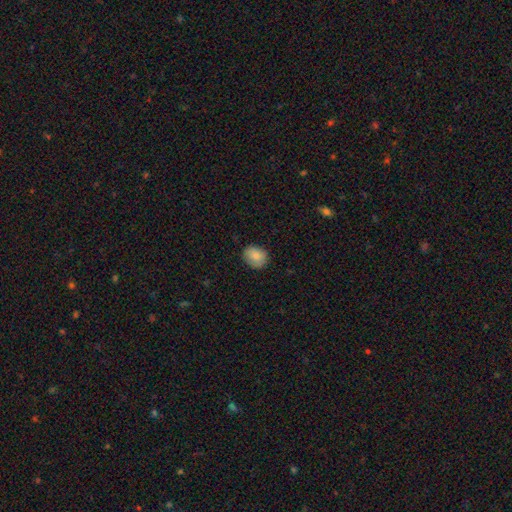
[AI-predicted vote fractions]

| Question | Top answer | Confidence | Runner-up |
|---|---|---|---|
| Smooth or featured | smooth | 86% | star or artifact (8%) |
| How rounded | round | 56% | in between (43%) |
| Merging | none | 82% | minor disturbance (14%) |